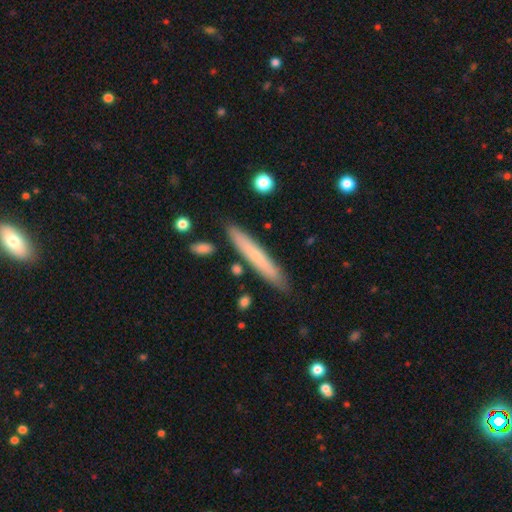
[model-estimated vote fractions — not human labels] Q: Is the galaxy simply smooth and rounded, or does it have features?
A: smooth — 62%.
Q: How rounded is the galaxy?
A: cigar-shaped — 95%.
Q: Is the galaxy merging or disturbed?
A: none — 85%.